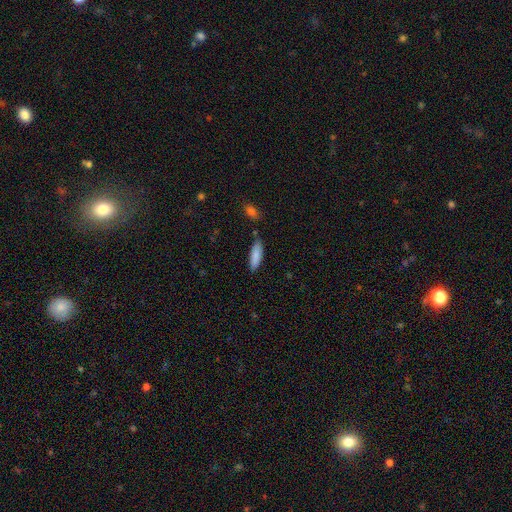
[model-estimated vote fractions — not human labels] Morphology: type=smooth (85%); roundness=cigar-shaped (50%); merging=none (78%).